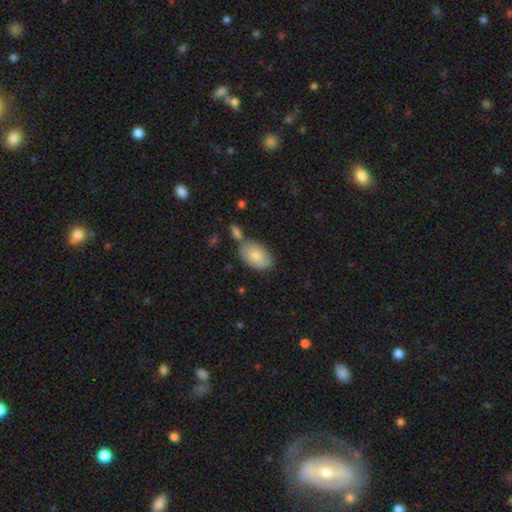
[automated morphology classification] The model was most divided on "merging": none: 60%, minor disturbance: 18%, merger: 17%, major disturbance: 5%. More confident: how rounded — in between (91%); smooth or featured — smooth (77%).